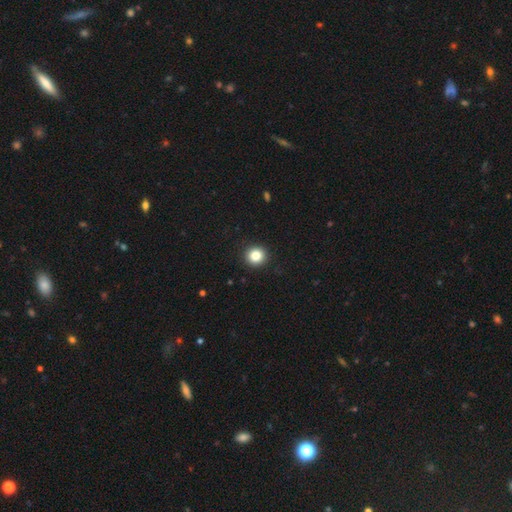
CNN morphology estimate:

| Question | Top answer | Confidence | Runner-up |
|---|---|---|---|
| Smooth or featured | smooth | 84% | star or artifact (11%) |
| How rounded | round | 93% | in between (6%) |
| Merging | none | 93% | minor disturbance (4%) |